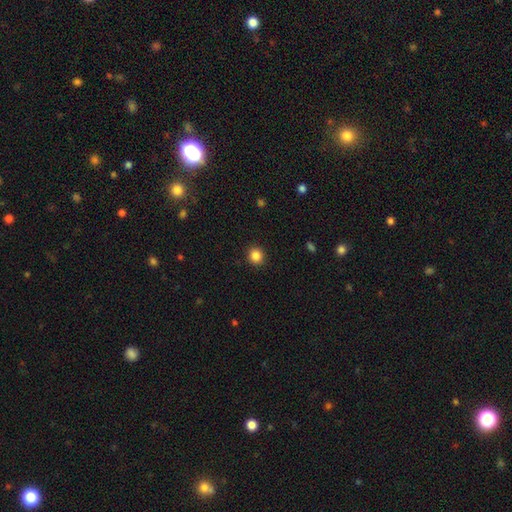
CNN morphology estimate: smooth 86%, star or artifact 11%, featured or disk 4%. Down the decision tree: how rounded — round (89%); merging — none (92%).